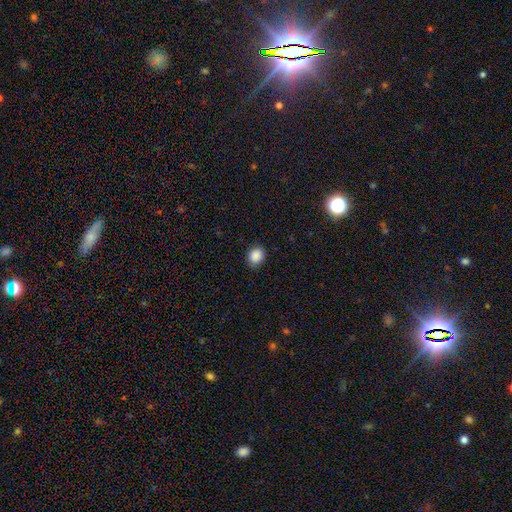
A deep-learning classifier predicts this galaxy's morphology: The model was most divided on "how rounded": round: 64%, in between: 36%, cigar-shaped: 1%. More confident: smooth or featured — smooth (88%); merging — none (84%).